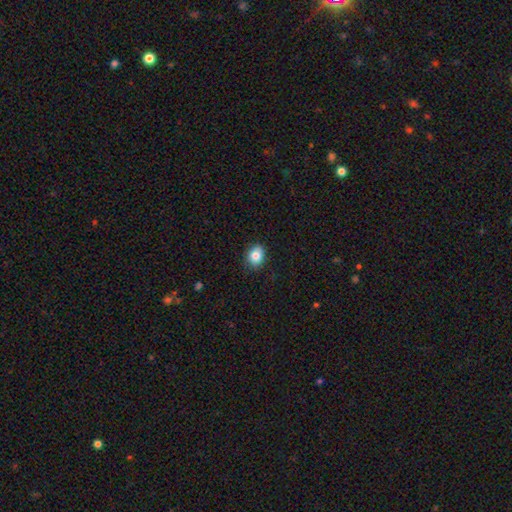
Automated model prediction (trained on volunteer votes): Smooth or featured: smooth — 83% (star or artifact — 10%)
How rounded: in between — 56% (round — 43%)
Merging: none — 83% (minor disturbance — 13%)